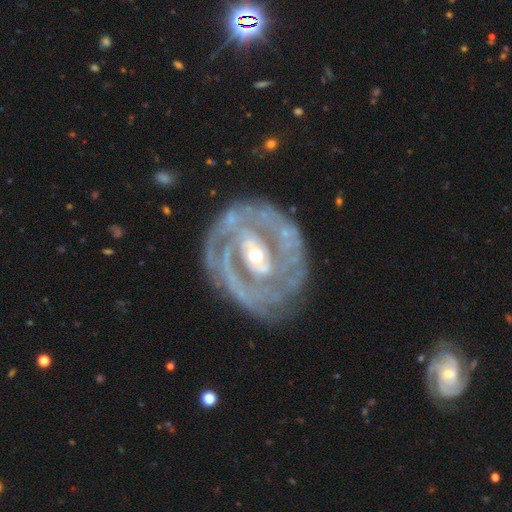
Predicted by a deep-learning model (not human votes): Q: Smooth or featured?
A: featured or disk (90%); runner-up: smooth (5%)
Q: Edge-on disk?
A: no (97%); runner-up: yes (3%)
Q: Bar?
A: no (40%); runner-up: weak (36%)
Q: Spiral arms?
A: yes (94%); runner-up: no (6%)
Q: Spiral winding?
A: tight (62%); runner-up: medium (30%)
Q: Spiral arm count?
A: 2 (52%); runner-up: can't tell (16%)
Q: Bulge size?
A: moderate (65%); runner-up: small (27%)
Q: Merging?
A: none (69%); runner-up: minor disturbance (19%)